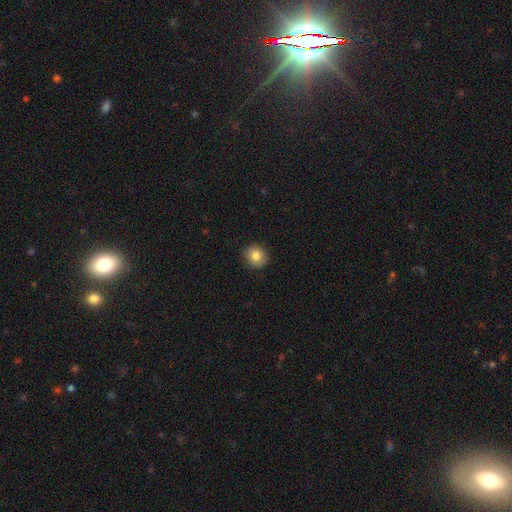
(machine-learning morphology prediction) Smooth or featured: smooth — 83% (star or artifact — 10%)
How rounded: round — 83% (in between — 16%)
Merging: none — 88% (minor disturbance — 9%)